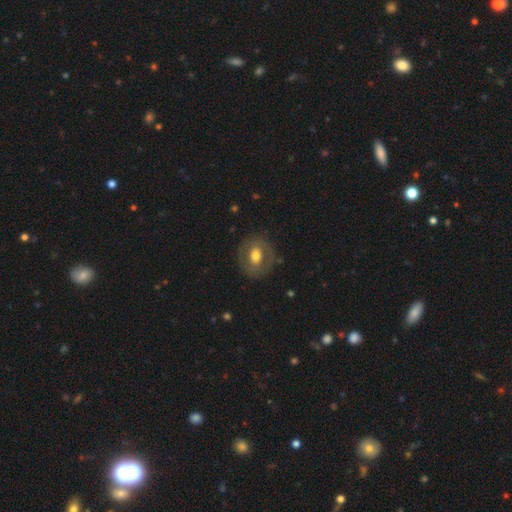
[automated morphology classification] This is possibly a smooth galaxy (53%). How rounded: likely round (63%). Merging: likely none (80%).